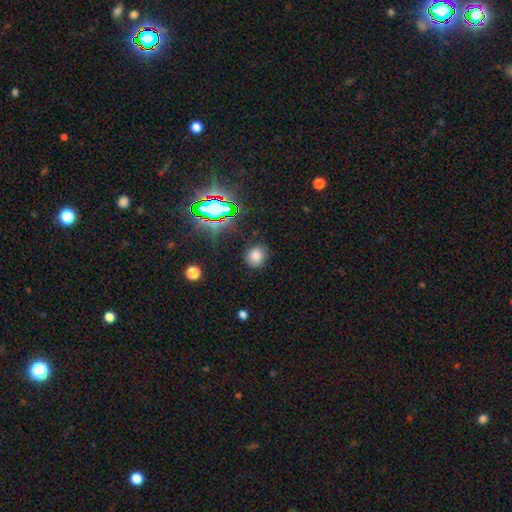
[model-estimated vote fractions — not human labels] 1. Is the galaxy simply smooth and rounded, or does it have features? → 75% smooth, 18% star or artifact, 7% featured or disk.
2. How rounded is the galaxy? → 78% round, 21% in between, 1% cigar-shaped.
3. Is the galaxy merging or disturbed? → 85% none, 10% minor disturbance, 3% major disturbance, 2% merger.